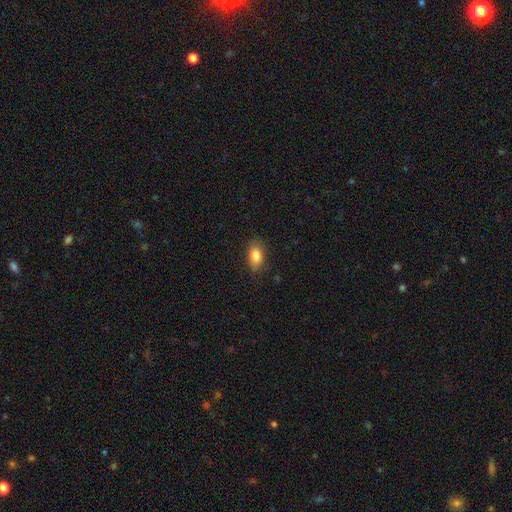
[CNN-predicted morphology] smooth 85%, star or artifact 8%, featured or disk 7%. Down the decision tree: how rounded — in between (89%); merging — none (81%).